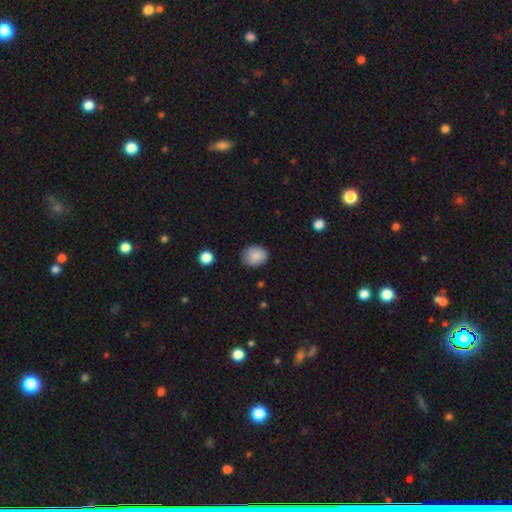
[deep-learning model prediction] smooth-or-featured: smooth: 88% | star or artifact: 8% | featured or disk: 4%
  how-rounded: round: 58% | in between: 41% | cigar-shaped: 1%
  merging: none: 81% | minor disturbance: 15% | major disturbance: 3% | merger: 1%